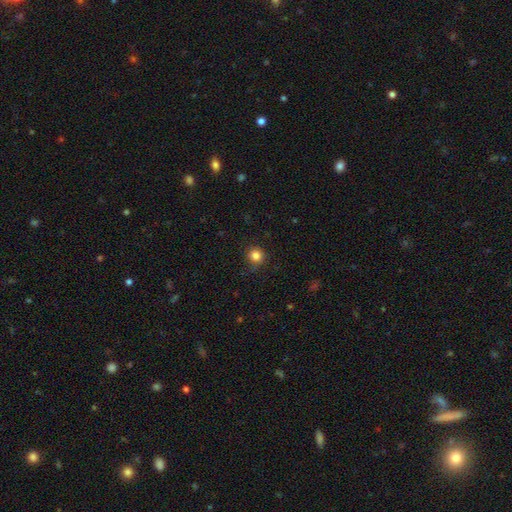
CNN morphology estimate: Q: Smooth or featured?
A: smooth (84%); runner-up: star or artifact (12%)
Q: How rounded?
A: round (93%); runner-up: in between (6%)
Q: Merging?
A: none (86%); runner-up: minor disturbance (10%)